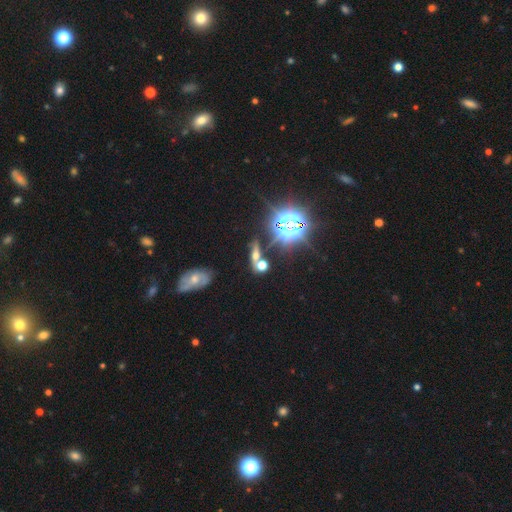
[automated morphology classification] Smooth or featured? Predicted: star or artifact (p=0.40).